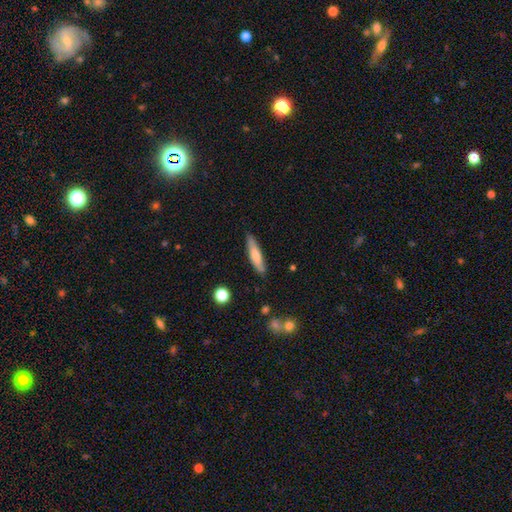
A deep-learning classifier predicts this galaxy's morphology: smooth_or_featured: smooth (p=0.66) [alt: featured or disk p=0.28]
how_rounded: cigar-shaped (p=0.82) [alt: in between p=0.16]
merging: none (p=0.84) [alt: minor disturbance p=0.13]